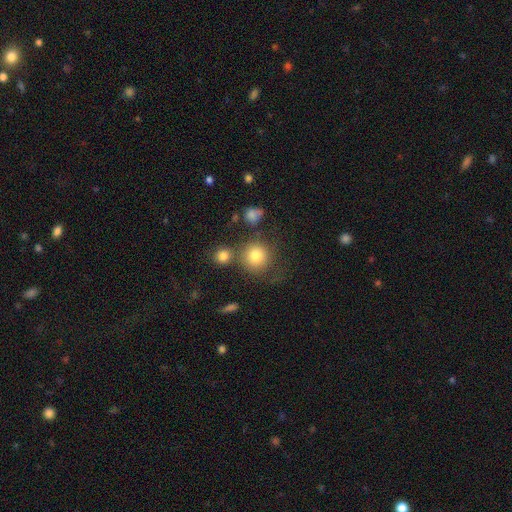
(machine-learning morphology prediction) smooth-or-featured: smooth: 79% | star or artifact: 11% | featured or disk: 10%
  how-rounded: round: 91% | in between: 8% | cigar-shaped: 1%
  merging: none: 64% | merger: 16% | minor disturbance: 13% | major disturbance: 7%